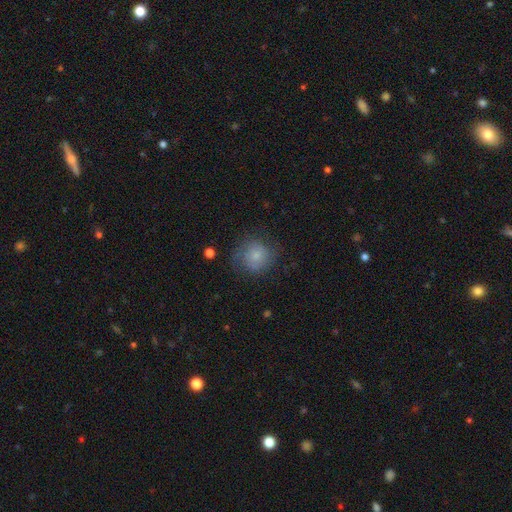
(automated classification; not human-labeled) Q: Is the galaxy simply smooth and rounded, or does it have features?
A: smooth — 76%.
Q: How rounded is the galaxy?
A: round — 89%.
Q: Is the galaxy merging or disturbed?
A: none — 69%.